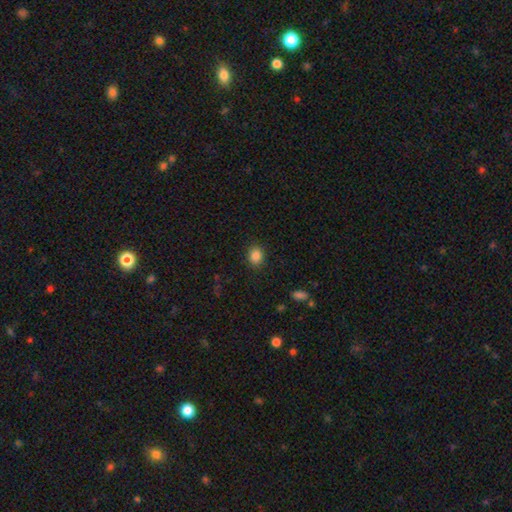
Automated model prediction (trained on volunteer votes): smooth-or-featured: smooth: 85% | star or artifact: 10% | featured or disk: 4%
  how-rounded: round: 59% | in between: 40% | cigar-shaped: 1%
  merging: none: 89% | minor disturbance: 7% | major disturbance: 2% | merger: 1%